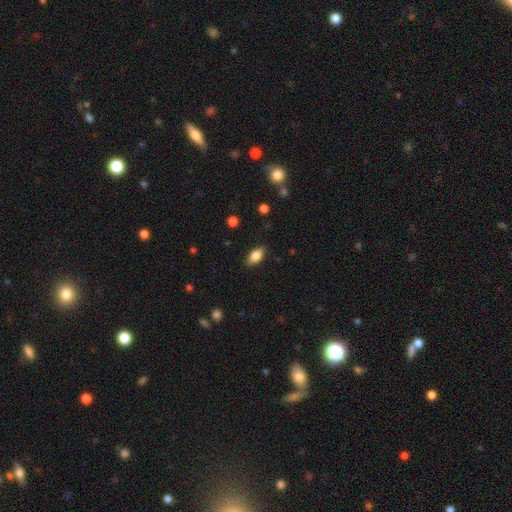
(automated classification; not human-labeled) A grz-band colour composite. It shows a smooth galaxy with no disk features (83%) that is in between round and cigar-shaped (89%). Merging: none (85%).